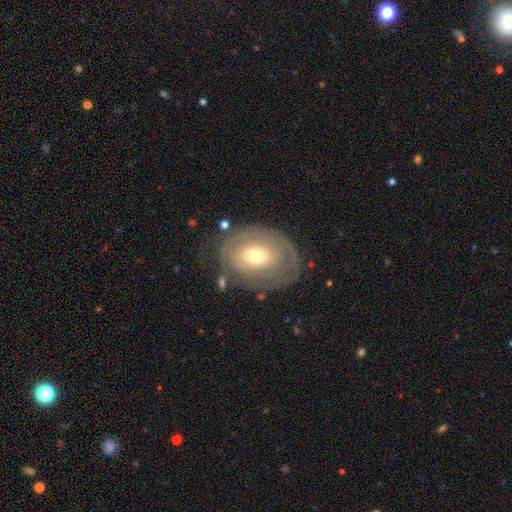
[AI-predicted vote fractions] Overall: featured or disk (60%; smooth 33%). Edge-on disk: no (94%). Bar: no (79%). Spiral arms: yes (50%, tied with no). Bulge size: moderate (62%; small 27%). Merging: none (67%).